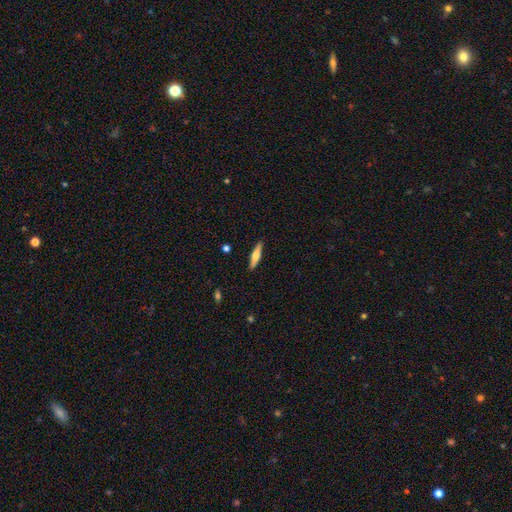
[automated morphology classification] This appears to be a featured or disk galaxy (49%). Merging: none (90%).